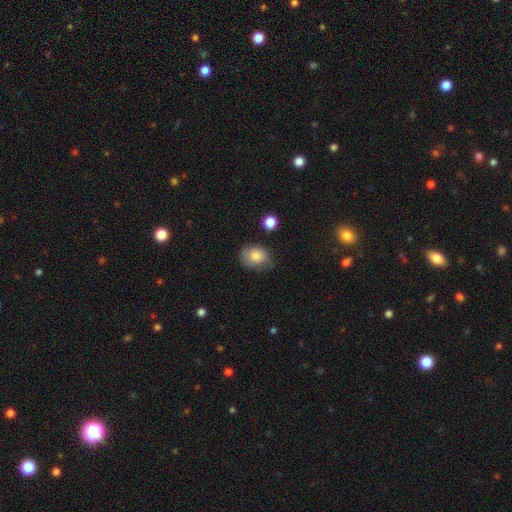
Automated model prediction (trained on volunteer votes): Morphology: type=smooth (81%); roundness=in between (54%); merging=none (65%).